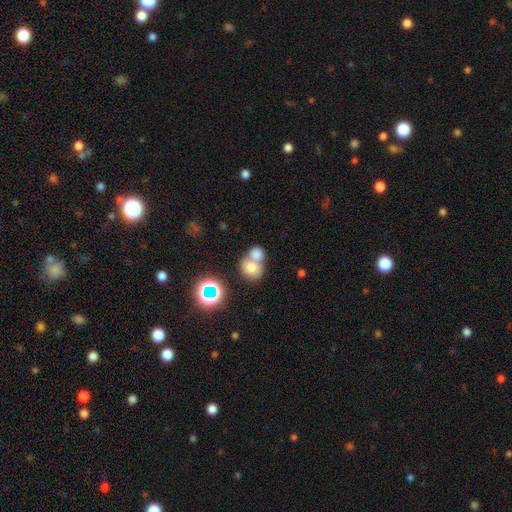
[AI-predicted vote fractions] smooth_or_featured: smooth (p=0.74) [alt: star or artifact p=0.13]
how_rounded: round (p=0.70) [alt: in between p=0.29]
merging: merger (p=0.61) [alt: none p=0.29]